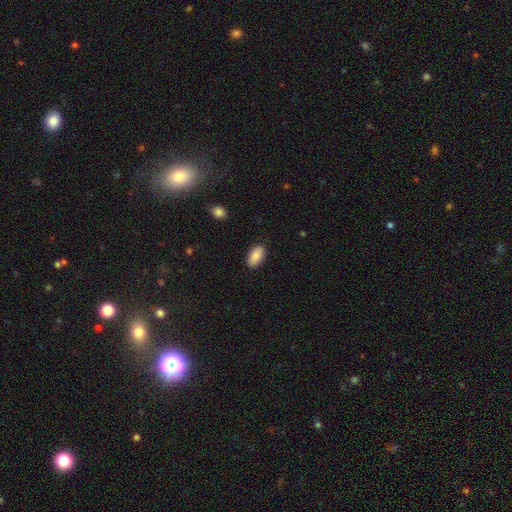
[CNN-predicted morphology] Smooth or featured: smooth — 88% (star or artifact — 7%)
How rounded: in between — 94% (cigar-shaped — 4%)
Merging: none — 89% (minor disturbance — 8%)